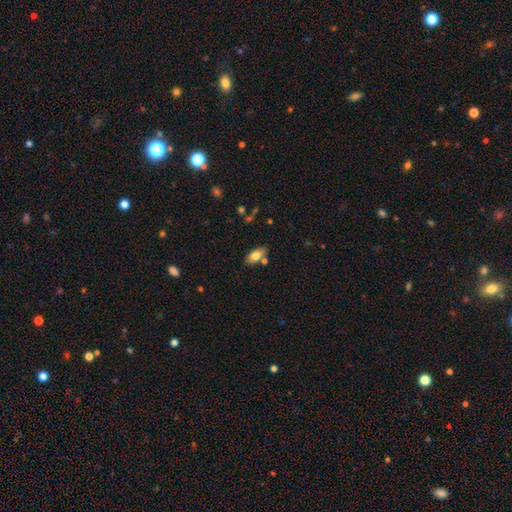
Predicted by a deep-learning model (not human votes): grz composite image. It shows a smooth galaxy with no disk features (75%) that is in between round and cigar-shaped (88%). Merging: none (73%).